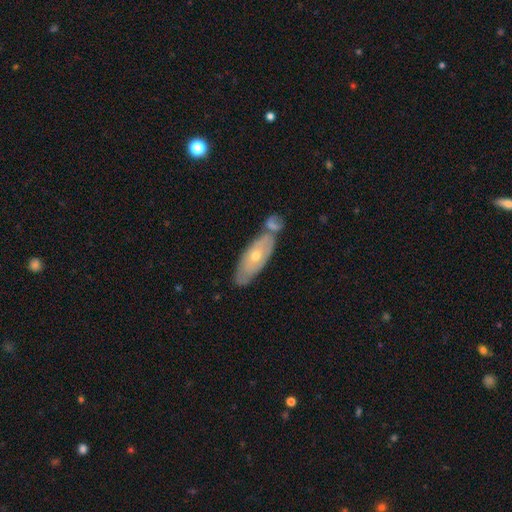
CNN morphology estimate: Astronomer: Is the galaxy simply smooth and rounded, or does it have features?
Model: featured or disk — 56% (runner-up: smooth, 38%).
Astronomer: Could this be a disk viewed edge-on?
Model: no — 77%.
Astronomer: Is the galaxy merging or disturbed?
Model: none — 53%.